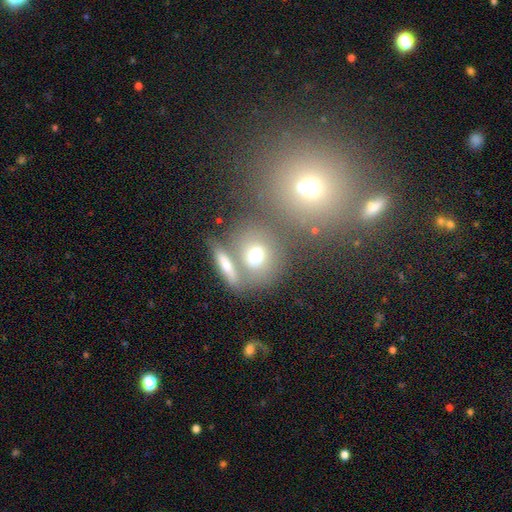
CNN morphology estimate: smooth 67%, featured or disk 19%, star or artifact 14%. Down the decision tree: how rounded — round (63%); merging — none (51%).